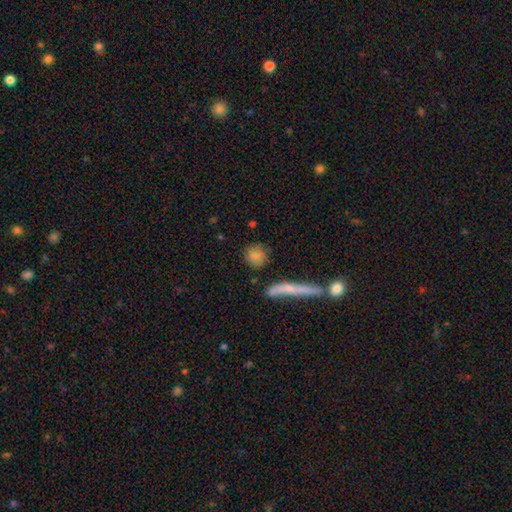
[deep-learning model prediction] The model was most divided on "how rounded": round: 78%, in between: 16%, cigar-shaped: 6%. More confident: smooth or featured — smooth (82%); merging — none (79%).